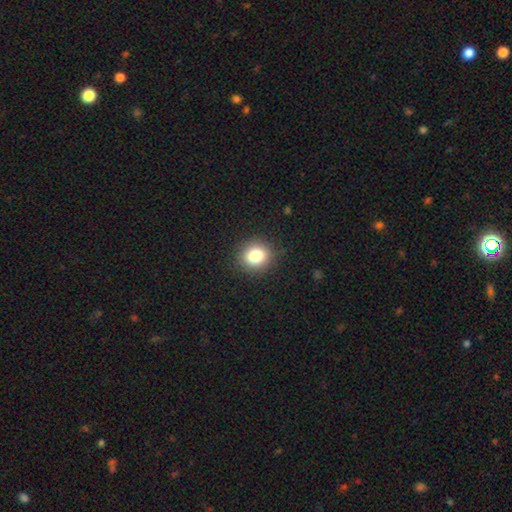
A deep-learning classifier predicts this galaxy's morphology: Smooth or featured? smooth (82%)
How rounded? round (73%)
Merging? none (89%)